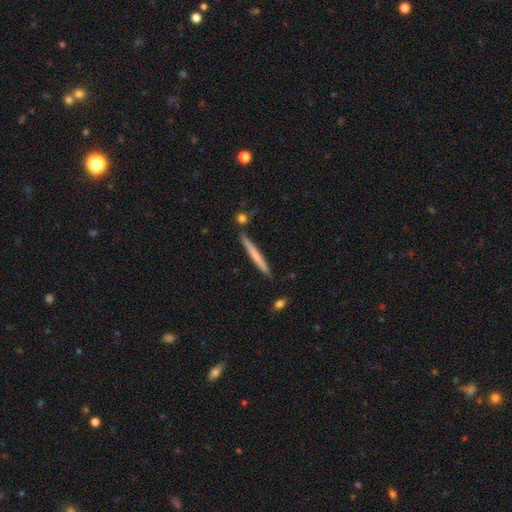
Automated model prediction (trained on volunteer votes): Smooth or featured? Predicted: smooth (p=0.59). How rounded? Predicted: cigar-shaped (p=0.97). Merging? Predicted: none (p=0.86).